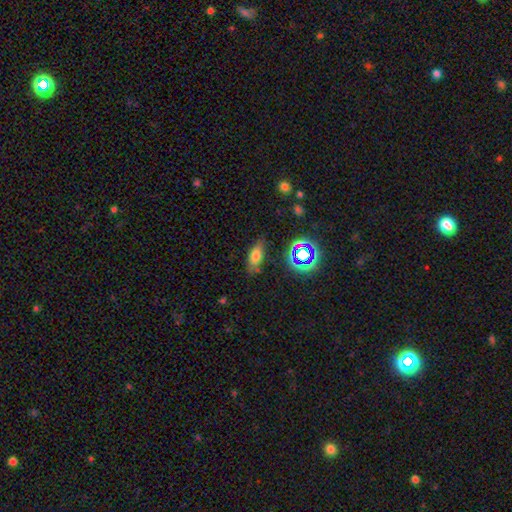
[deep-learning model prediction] Smooth or featured: smooth — 65% (featured or disk — 18%)
How rounded: in between — 71% (cigar-shaped — 22%)
Merging: none — 78% (minor disturbance — 15%)